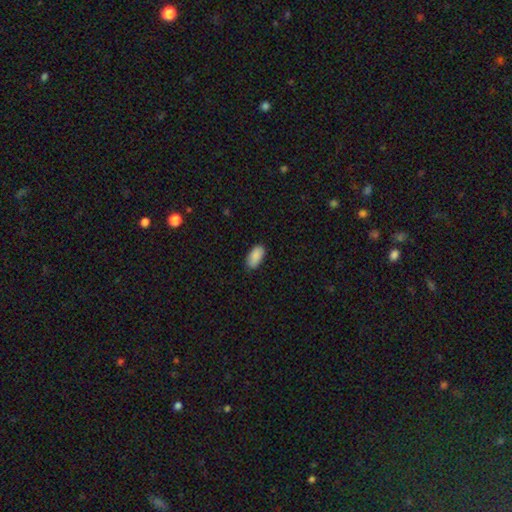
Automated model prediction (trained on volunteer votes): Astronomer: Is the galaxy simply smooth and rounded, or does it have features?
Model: smooth — 90%.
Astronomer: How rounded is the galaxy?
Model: in between — 94%.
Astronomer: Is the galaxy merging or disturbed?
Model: none — 85%.